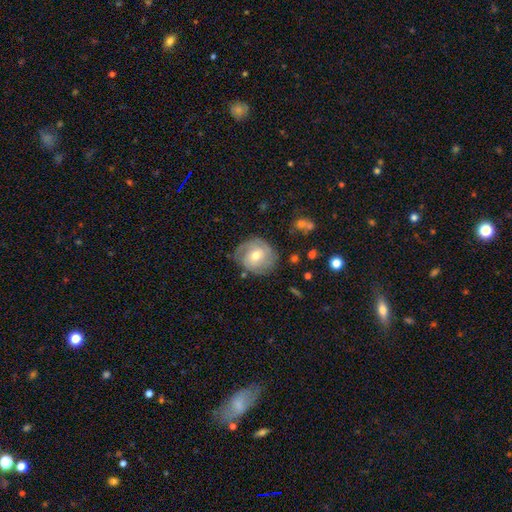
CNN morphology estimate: This appears to be a featured or disk galaxy (63%) with no bar (62%), 2 (37%) tight (60%) spiral arms (85%) and a moderate central bulge (67%). Merging: none (71%).